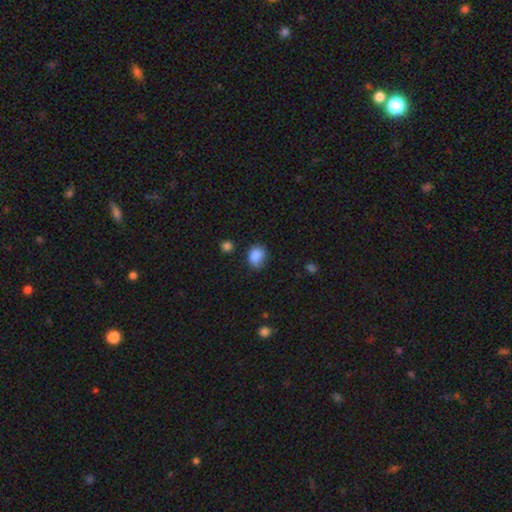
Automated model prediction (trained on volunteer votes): A smooth galaxy with no disk features (86%) that is round (50%). Merging: none (66%).